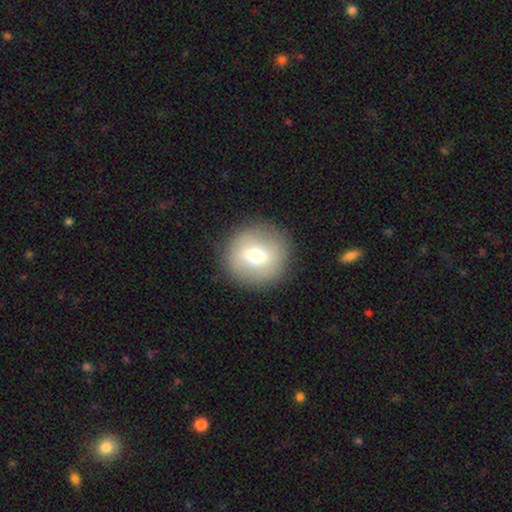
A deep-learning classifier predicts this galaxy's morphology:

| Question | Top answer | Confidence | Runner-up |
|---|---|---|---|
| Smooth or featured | smooth | 64% | featured or disk (25%) |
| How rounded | round | 94% | in between (5%) |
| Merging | none | 89% | minor disturbance (7%) |